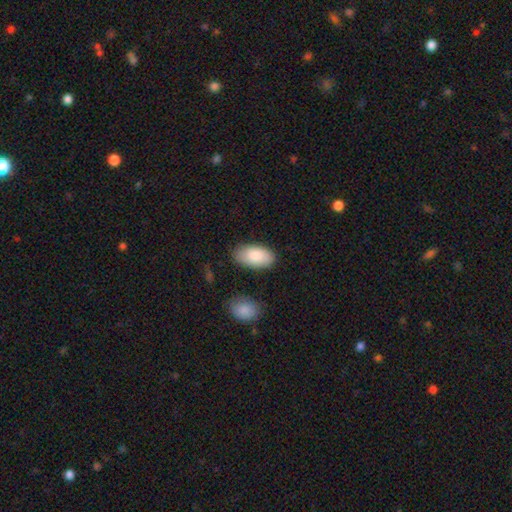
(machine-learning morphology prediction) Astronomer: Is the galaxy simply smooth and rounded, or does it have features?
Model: smooth — 86%.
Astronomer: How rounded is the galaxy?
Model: in between — 95%.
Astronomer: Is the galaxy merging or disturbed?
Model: none — 82%.